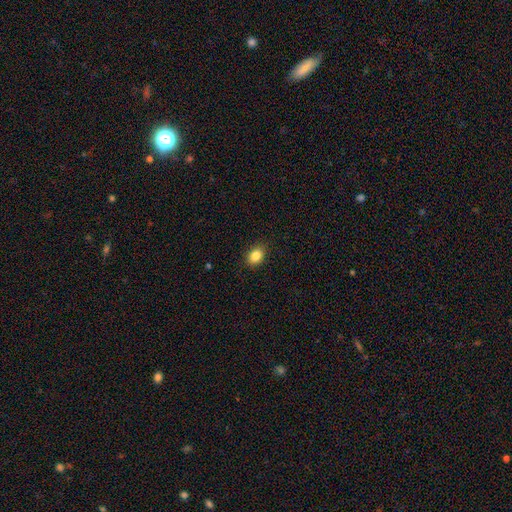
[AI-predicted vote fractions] smooth 86%, star or artifact 9%, featured or disk 5%. Down the decision tree: how rounded — in between (70%); merging — none (88%).